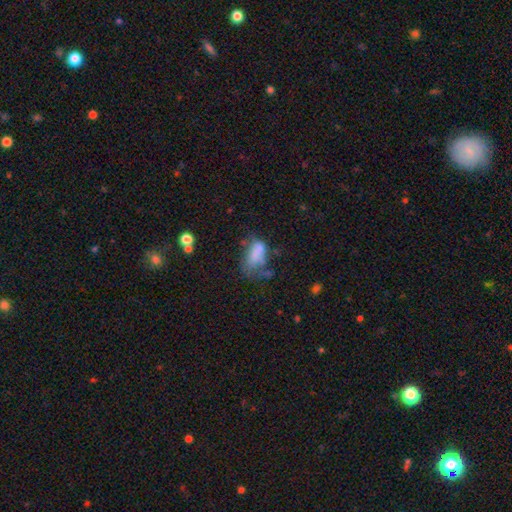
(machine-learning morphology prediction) Q: Smooth or featured?
A: smooth (59%); runner-up: featured or disk (29%)
Q: How rounded?
A: in between (89%); runner-up: round (7%)
Q: Merging?
A: major disturbance (41%); runner-up: minor disturbance (23%)